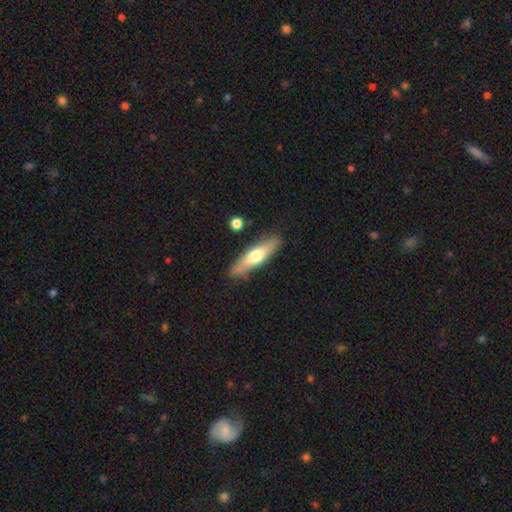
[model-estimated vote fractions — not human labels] A smooth galaxy with no disk features (55%) that is cigar-shaped (71%). Merging: none (82%).